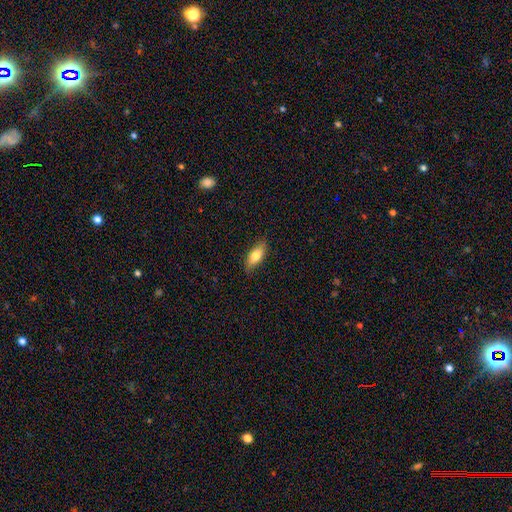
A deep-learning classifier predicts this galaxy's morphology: smooth 77%, featured or disk 17%, star or artifact 6%. Down the decision tree: how rounded — in between (76%); merging — none (83%).